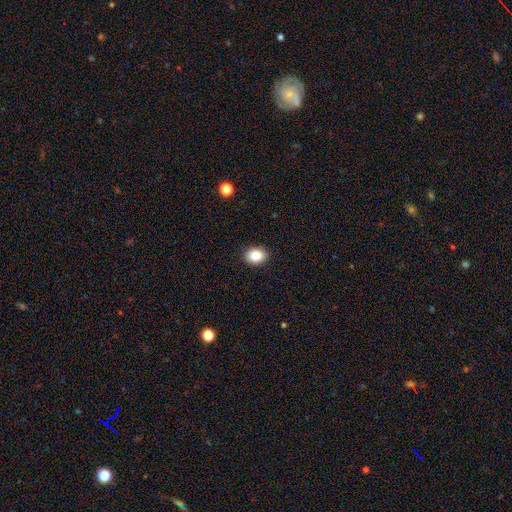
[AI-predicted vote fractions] This appears to be a smooth galaxy with no disk features (85%) that is in between round and cigar-shaped (59%). Merging: none (91%).